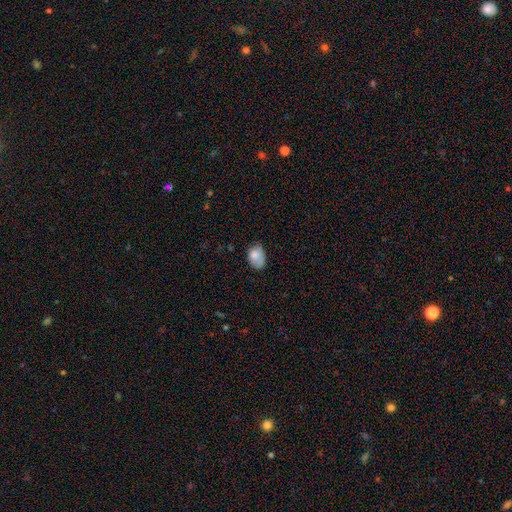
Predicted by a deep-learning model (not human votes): Smooth or featured? Predicted: smooth (p=0.79). How rounded? Predicted: in between (p=0.77). Merging? Predicted: none (p=0.56).